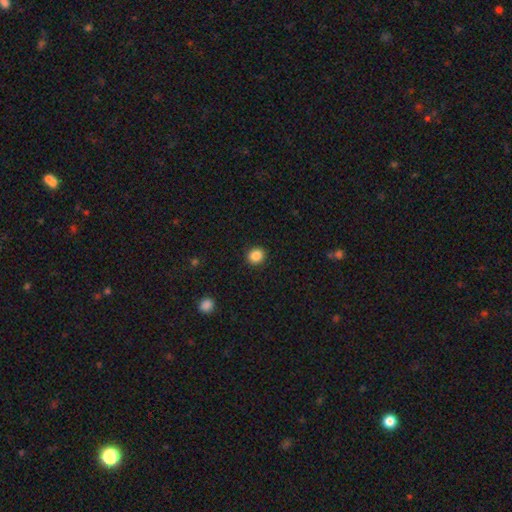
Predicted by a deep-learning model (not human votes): Smooth or featured? smooth (87%)
How rounded? round (85%)
Merging? none (91%)